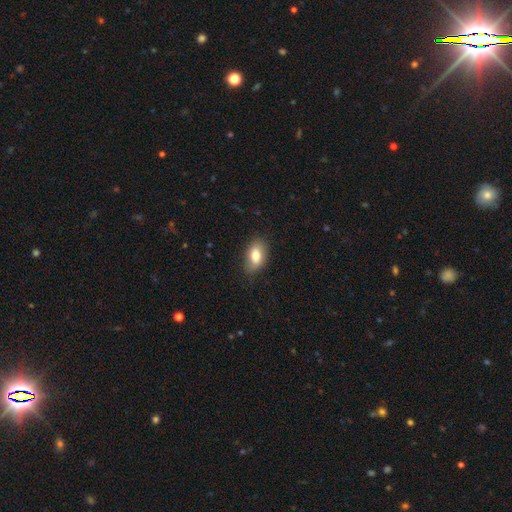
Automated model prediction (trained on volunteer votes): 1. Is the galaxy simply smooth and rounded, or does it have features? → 78% smooth, 15% featured or disk, 7% star or artifact.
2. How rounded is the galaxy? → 90% in between, 7% round, 3% cigar-shaped.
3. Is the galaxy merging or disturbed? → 81% none, 15% minor disturbance, 3% major disturbance, 1% merger.